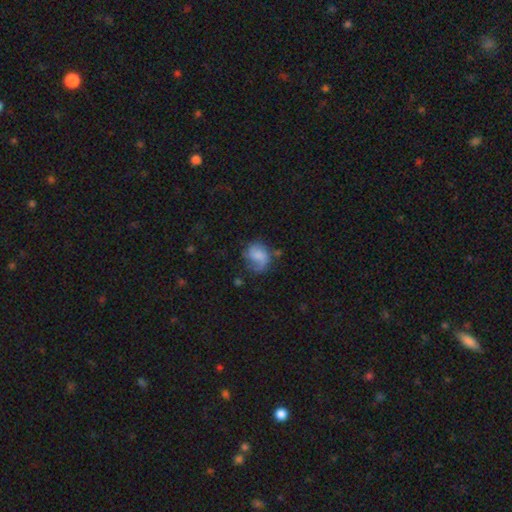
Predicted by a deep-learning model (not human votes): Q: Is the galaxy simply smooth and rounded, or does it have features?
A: smooth — 51%.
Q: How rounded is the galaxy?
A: in between — 51%.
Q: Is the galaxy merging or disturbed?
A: none — 43%.